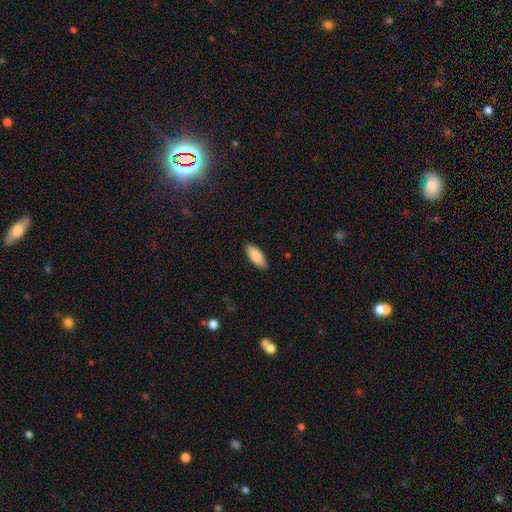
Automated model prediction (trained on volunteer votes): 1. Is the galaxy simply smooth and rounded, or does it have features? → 89% smooth, 6% star or artifact, 5% featured or disk.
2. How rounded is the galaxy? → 82% in between, 16% cigar-shaped, 2% round.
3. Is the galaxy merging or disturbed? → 87% none, 10% minor disturbance, 2% major disturbance, 1% merger.